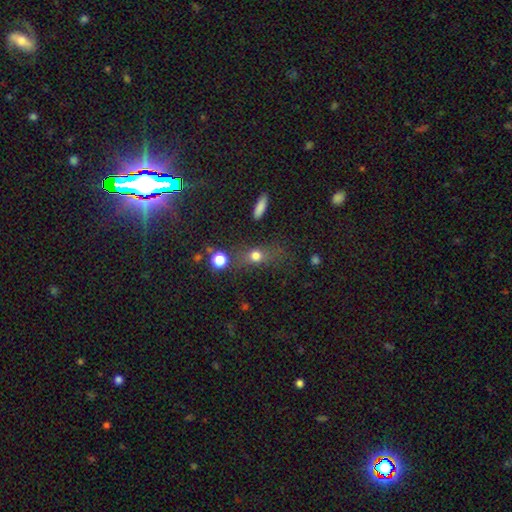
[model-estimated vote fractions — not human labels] Smooth or featured: smooth — 68% (star or artifact — 17%)
How rounded: round — 44% (in between — 41%)
Merging: none — 61% (minor disturbance — 17%)